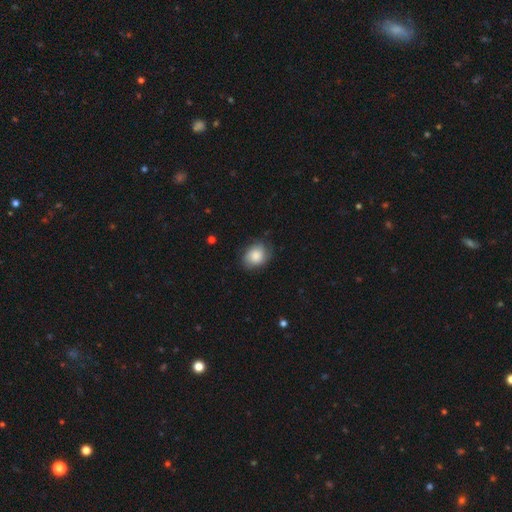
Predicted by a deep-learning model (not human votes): This is clearly a smooth galaxy (80%). How rounded: possibly round (51%). Merging: likely none (72%).